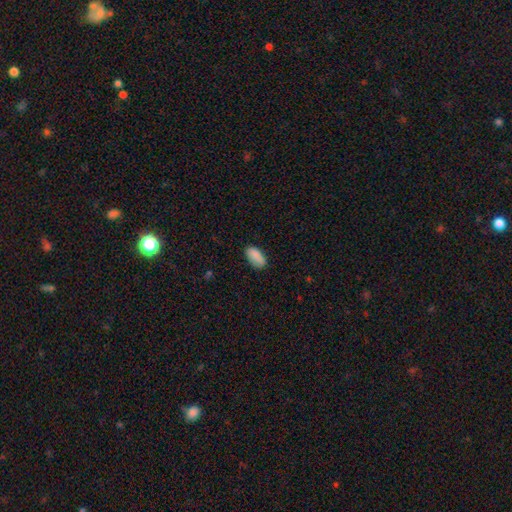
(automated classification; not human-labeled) Overall: smooth (88%). How rounded: in between (91%). Merging: none (79%).